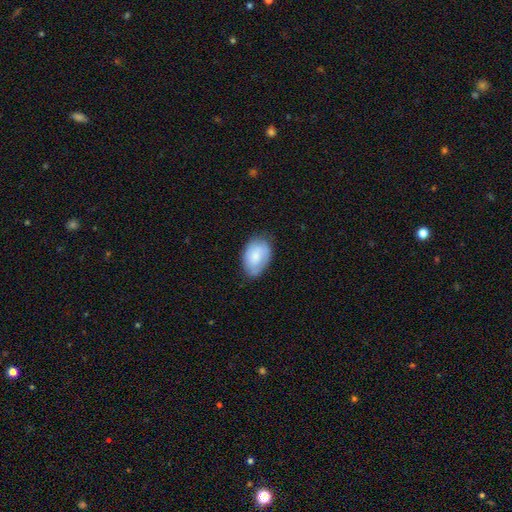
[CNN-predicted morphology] Smooth or featured? Predicted: smooth (p=0.70). How rounded? Predicted: in between (p=0.88). Merging? Predicted: none (p=0.68).